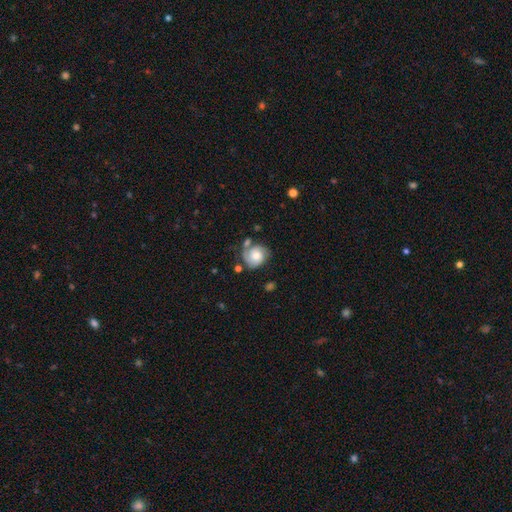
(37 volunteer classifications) A featured or disk galaxy (59%) with no bar (77%), 2 (44%) tight (61%) spiral arms (82%) and a moderate central bulge (73%). Merging: none (31%).